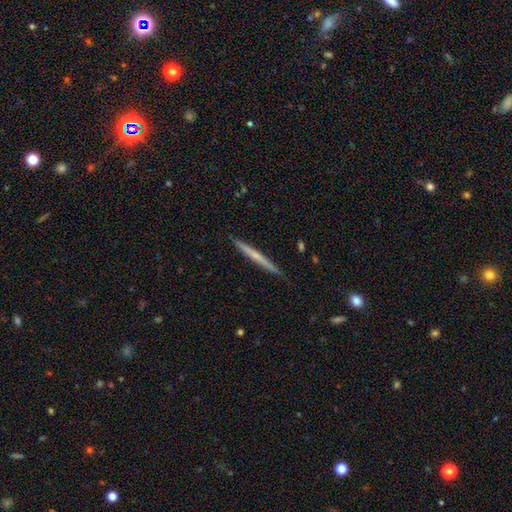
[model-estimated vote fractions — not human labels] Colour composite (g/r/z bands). It shows a featured or disk galaxy (55%) viewed edge-on (98%) with no central bulge (61%). Merging: none (90%).